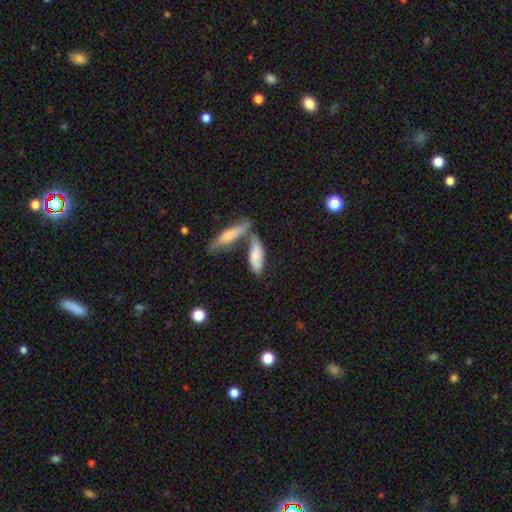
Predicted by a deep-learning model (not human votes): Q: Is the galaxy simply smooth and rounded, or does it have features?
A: smooth — 70%.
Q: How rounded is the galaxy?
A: in between — 58%.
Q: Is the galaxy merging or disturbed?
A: merger — 42%.